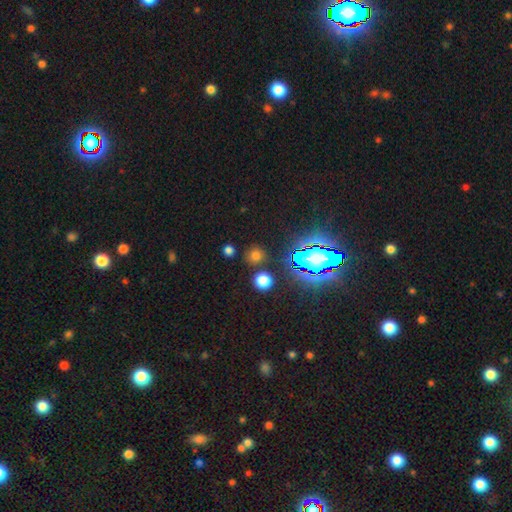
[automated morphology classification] Overall: smooth (61%; star or artifact 32%). How rounded: round (88%). Merging: none (83%).